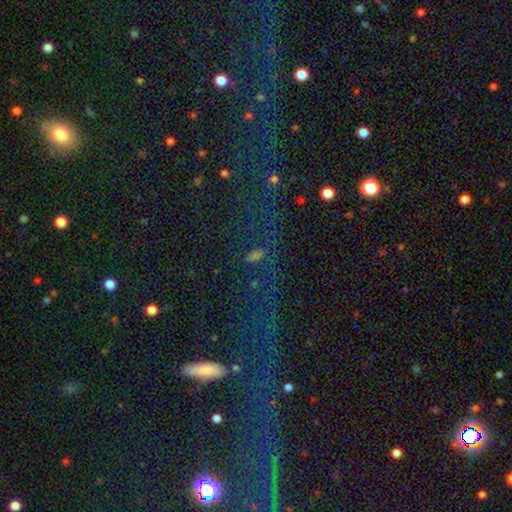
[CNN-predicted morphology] A star or artifact, not a galaxy (52%).

Vote fractions:
- Smooth or featured? star or artifact: 52% / smooth: 29% / featured or disk: 18%